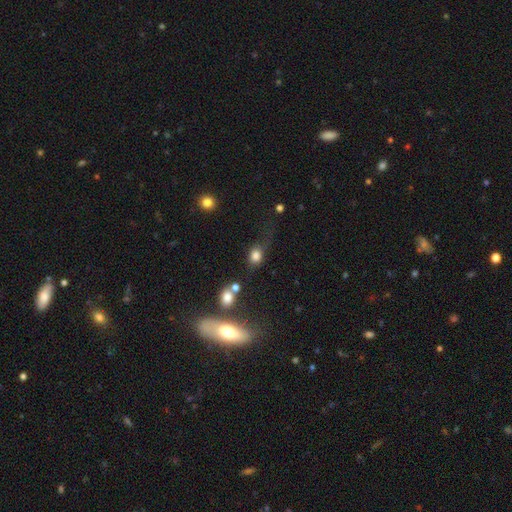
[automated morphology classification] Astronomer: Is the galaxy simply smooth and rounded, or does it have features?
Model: smooth — 78%.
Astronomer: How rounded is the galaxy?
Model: round — 52% (runner-up: in between, 45%).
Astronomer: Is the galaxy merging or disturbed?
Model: none — 48%.